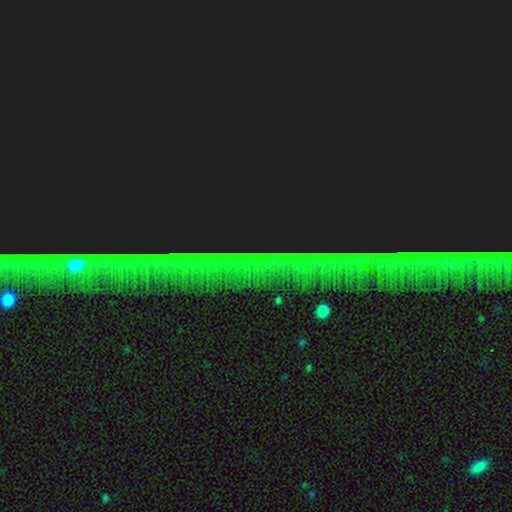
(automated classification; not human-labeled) star or artifact 85%, featured or disk 8%, smooth 7%.